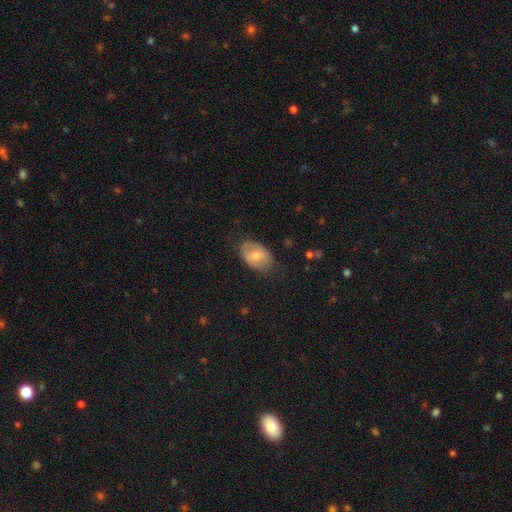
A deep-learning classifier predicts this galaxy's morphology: smooth_or_featured: smooth (p=0.64) [alt: featured or disk p=0.29]
how_rounded: in between (p=0.87) [alt: round p=0.12]
merging: none (p=0.70) [alt: minor disturbance p=0.22]